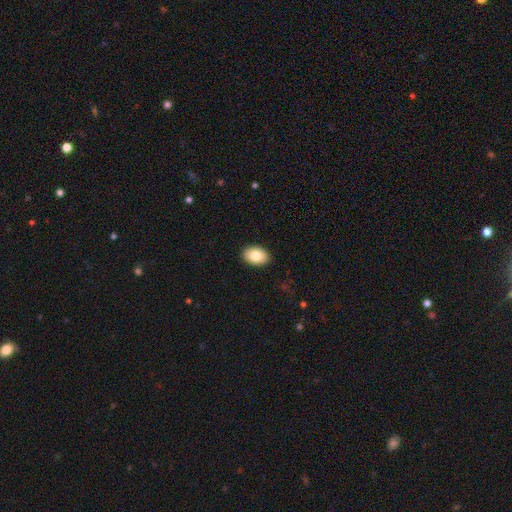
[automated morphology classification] This is clearly a smooth galaxy (81%). How rounded: clearly in between (83%). Merging: clearly none (90%).